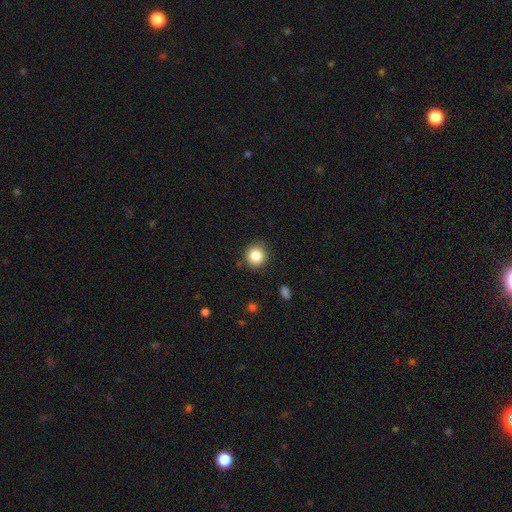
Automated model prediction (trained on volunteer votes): The model was most divided on "smooth or featured": smooth: 85%, star or artifact: 10%, featured or disk: 5%. More confident: how rounded — round (89%); merging — none (88%).